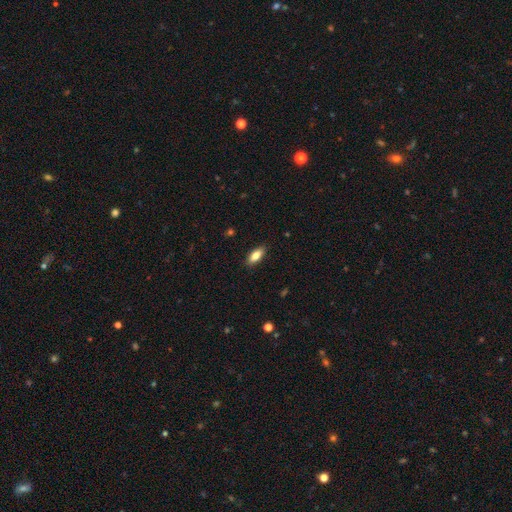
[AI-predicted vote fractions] smooth_or_featured: smooth (p=0.82) [alt: featured or disk p=0.11]
how_rounded: in between (p=0.79) [alt: cigar-shaped p=0.19]
merging: none (p=0.88) [alt: minor disturbance p=0.09]